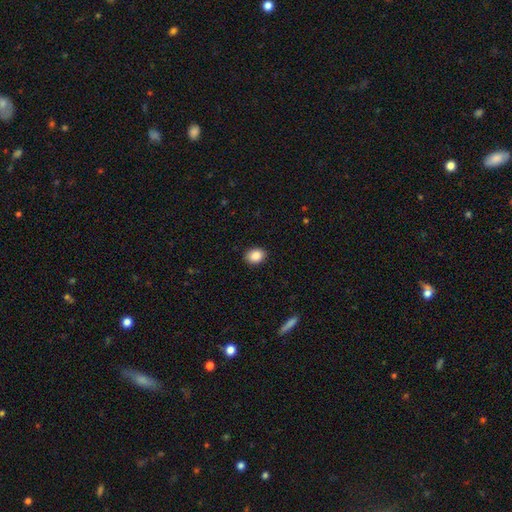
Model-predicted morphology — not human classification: The model was most divided on "how rounded": in between: 59%, round: 40%, cigar-shaped: 1%. More confident: merging — none (88%); smooth or featured — smooth (88%).